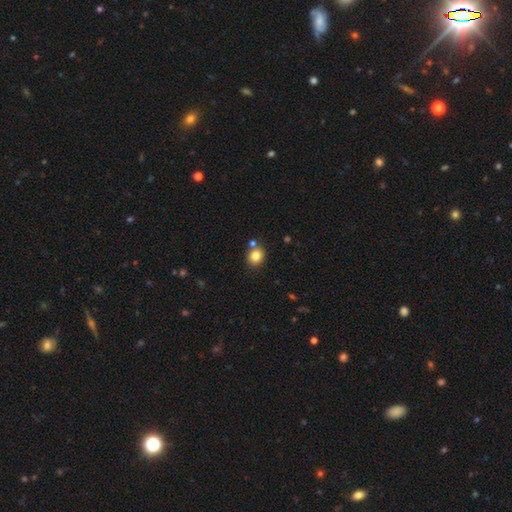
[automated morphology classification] Smooth or featured: smooth — 82% (star or artifact — 11%)
How rounded: round — 69% (in between — 30%)
Merging: none — 75% (merger — 13%)